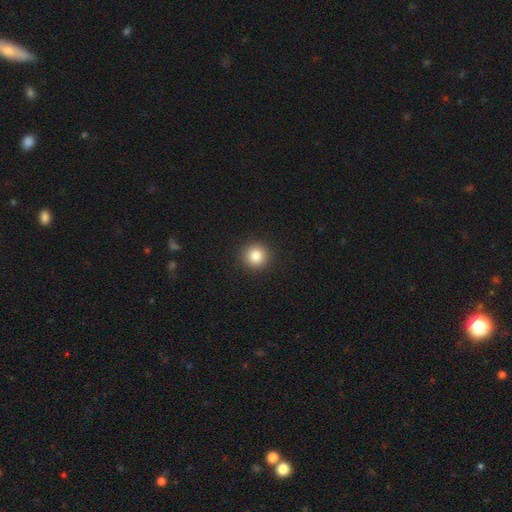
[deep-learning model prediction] Smooth or featured?
  - smooth: 84% *
  - star or artifact: 10%
  - featured or disk: 5%
How rounded?
  - round: 94% *
  - in between: 5%
  - cigar-shaped: 1%
Merging?
  - none: 92% *
  - minor disturbance: 5%
  - major disturbance: 2%
  - merger: 1%